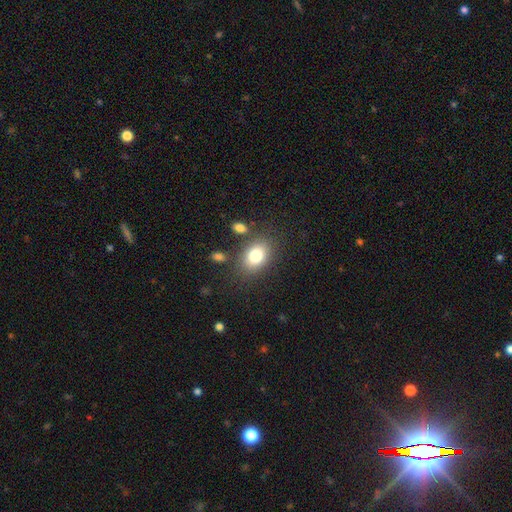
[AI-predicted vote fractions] A smooth galaxy with no disk features (80%) that is in between round and cigar-shaped (76%).

Vote fractions:
- Smooth or featured? smooth: 80% / featured or disk: 10% / star or artifact: 9%
- How rounded? in between: 76% / round: 22% / cigar-shaped: 1%
- Merging? none: 78% / minor disturbance: 12% / merger: 6% / major disturbance: 5%